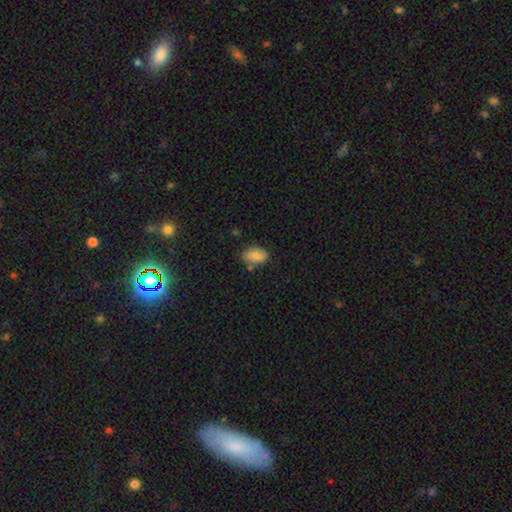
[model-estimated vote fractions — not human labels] Overall: smooth (77%). How rounded: in between (85%). Merging: none (70%).